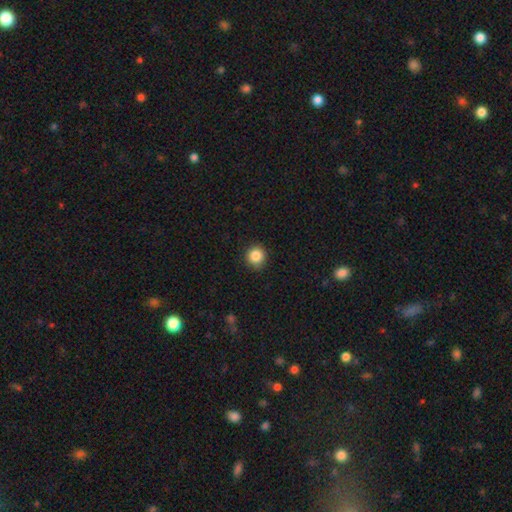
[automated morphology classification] smooth_or_featured: smooth (p=0.86) [alt: star or artifact p=0.10]
how_rounded: round (p=0.93) [alt: in between p=0.07]
merging: none (p=0.90) [alt: minor disturbance p=0.07]